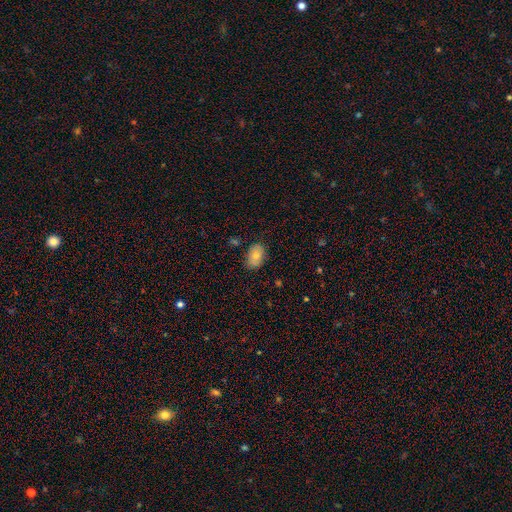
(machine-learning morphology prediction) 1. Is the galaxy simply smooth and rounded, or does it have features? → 77% smooth, 15% featured or disk, 8% star or artifact.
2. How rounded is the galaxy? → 83% in between, 16% round, 1% cigar-shaped.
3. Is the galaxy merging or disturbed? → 80% none, 16% minor disturbance, 3% major disturbance, 2% merger.